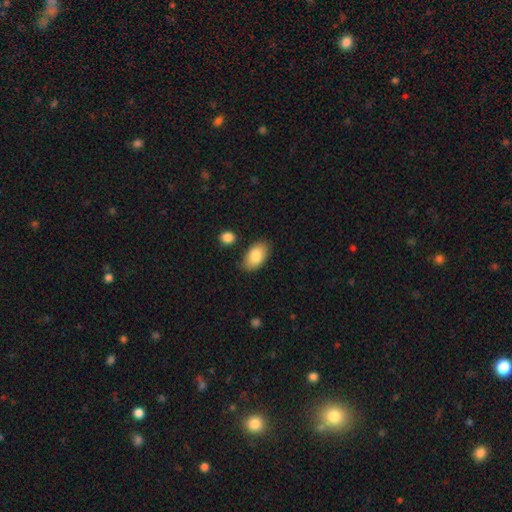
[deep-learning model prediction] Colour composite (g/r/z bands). It shows a smooth galaxy with no disk features (84%) that is in between round and cigar-shaped (94%). Merging: none (82%).